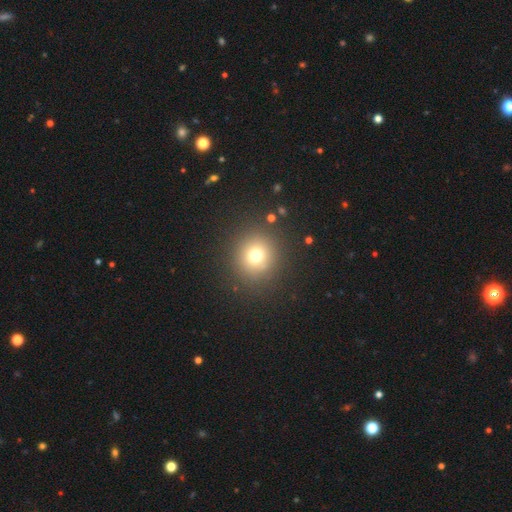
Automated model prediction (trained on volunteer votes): smooth-or-featured: smooth: 72% | star or artifact: 17% | featured or disk: 10%
  how-rounded: round: 92% | in between: 7% | cigar-shaped: 1%
  merging: none: 88% | minor disturbance: 7% | major disturbance: 4% | merger: 2%